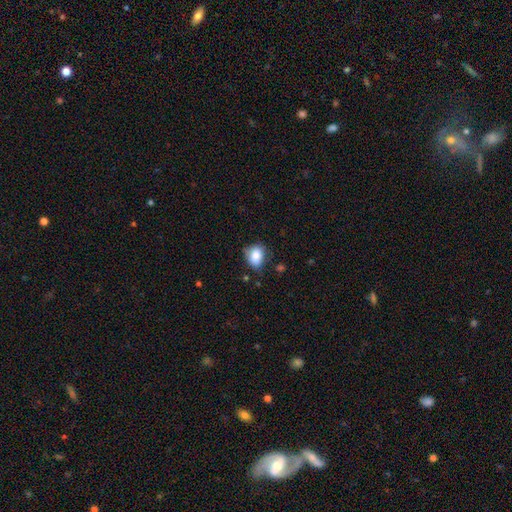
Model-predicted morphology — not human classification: smooth 84%, star or artifact 8%, featured or disk 8%. Down the decision tree: how rounded — in between (61%); merging — none (55%).